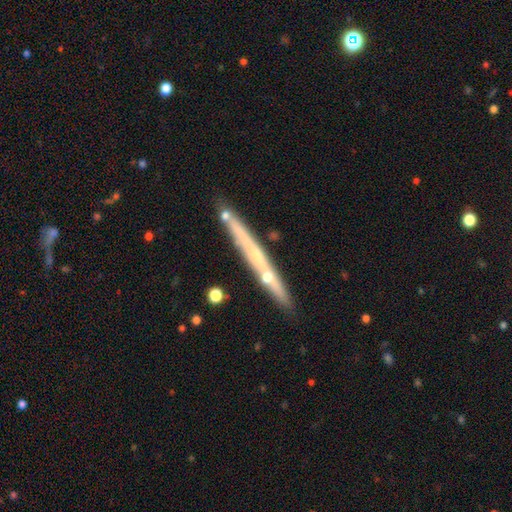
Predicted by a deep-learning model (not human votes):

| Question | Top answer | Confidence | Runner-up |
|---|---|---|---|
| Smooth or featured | featured or disk | 60% | smooth (33%) |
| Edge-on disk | yes | 94% | no (6%) |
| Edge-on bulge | none | 72% | rounded (24%) |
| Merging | none | 81% | minor disturbance (11%) |